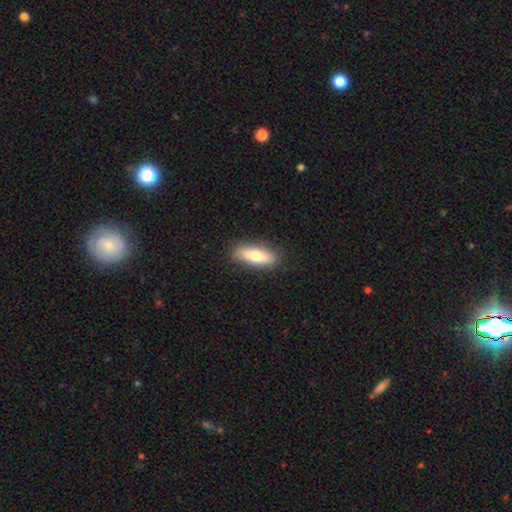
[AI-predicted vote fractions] Smooth or featured? Predicted: smooth (p=0.69). How rounded? Predicted: in between (p=0.61). Merging? Predicted: none (p=0.87).